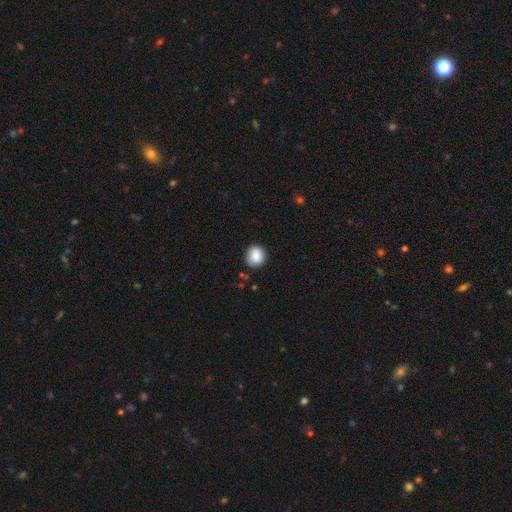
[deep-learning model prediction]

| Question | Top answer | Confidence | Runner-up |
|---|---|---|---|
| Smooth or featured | smooth | 87% | star or artifact (8%) |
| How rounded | round | 77% | in between (22%) |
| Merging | none | 86% | minor disturbance (11%) |